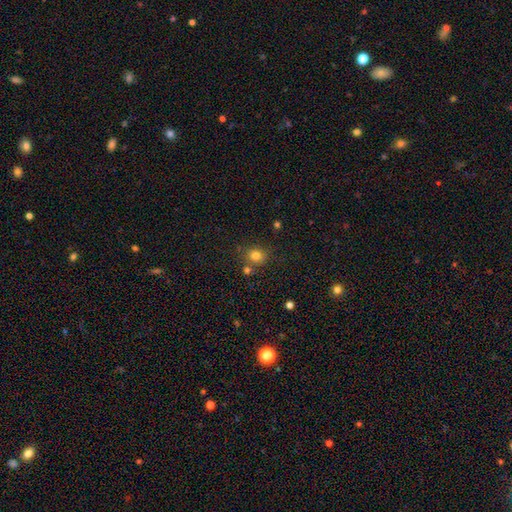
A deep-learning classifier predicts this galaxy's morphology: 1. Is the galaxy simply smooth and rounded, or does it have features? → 79% smooth, 14% star or artifact, 7% featured or disk.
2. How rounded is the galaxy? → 81% round, 18% in between, 1% cigar-shaped.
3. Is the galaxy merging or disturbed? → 74% none, 13% merger, 10% minor disturbance, 3% major disturbance.